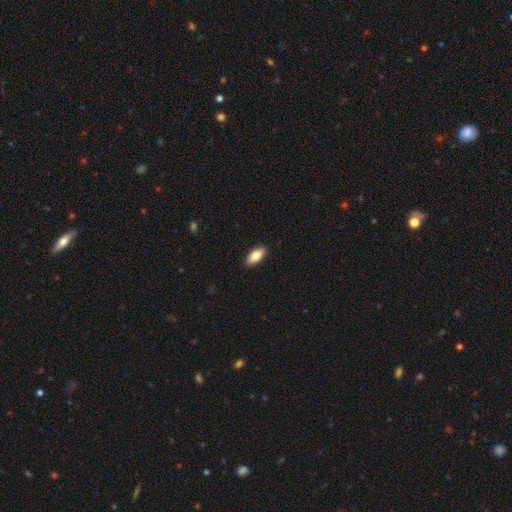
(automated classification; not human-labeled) Smooth or featured?
  - smooth: 82% *
  - featured or disk: 12%
  - star or artifact: 6%
How rounded?
  - in between: 84% *
  - cigar-shaped: 14%
  - round: 2%
Merging?
  - none: 90% *
  - minor disturbance: 8%
  - major disturbance: 2%
  - merger: 1%